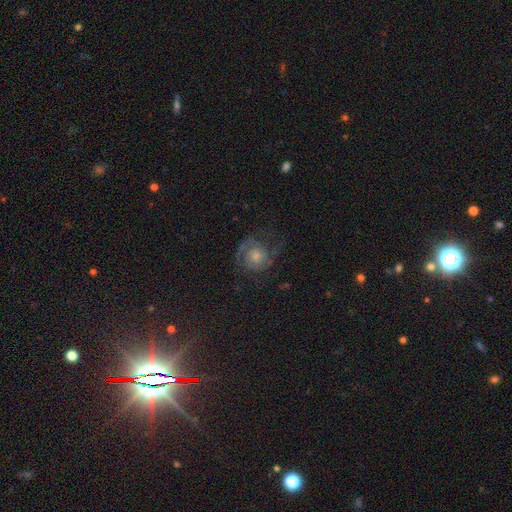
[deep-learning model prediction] Overall: featured or disk (73%). Edge-on disk: no (98%). Bar: no (74%). Spiral arms: yes (95%). Spiral arm count: 2 (71%). Spiral winding: tight (46%; medium 42%). Bulge size: moderate (45%; small 36%). Merging: none (71%).